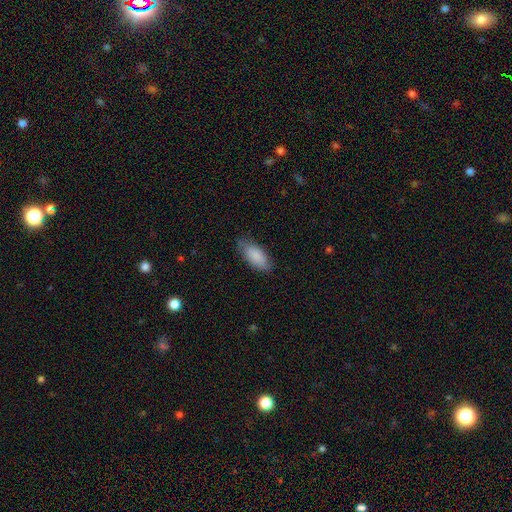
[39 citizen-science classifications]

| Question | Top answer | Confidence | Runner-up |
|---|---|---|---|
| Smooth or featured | smooth | 85% | featured or disk (10%) |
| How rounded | in between | 91% | cigar-shaped (6%) |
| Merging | none | 73% | minor disturbance (14%) |